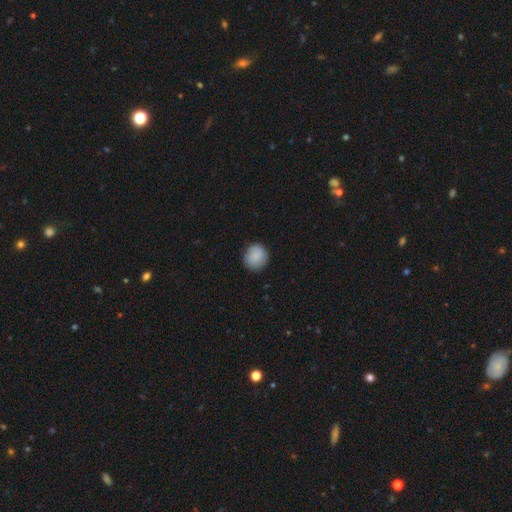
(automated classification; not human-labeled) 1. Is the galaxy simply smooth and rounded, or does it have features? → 83% smooth, 10% featured or disk, 7% star or artifact.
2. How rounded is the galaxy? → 87% round, 12% in between, 1% cigar-shaped.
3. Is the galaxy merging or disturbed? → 84% none, 12% minor disturbance, 3% major disturbance, 1% merger.